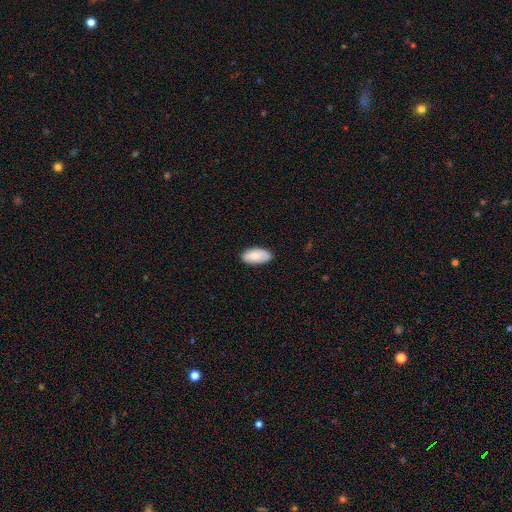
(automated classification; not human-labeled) Smooth or featured?
  - smooth: 82% *
  - featured or disk: 11%
  - star or artifact: 6%
How rounded?
  - in between: 94% *
  - cigar-shaped: 4%
  - round: 2%
Merging?
  - none: 83% *
  - minor disturbance: 13%
  - major disturbance: 2%
  - merger: 1%